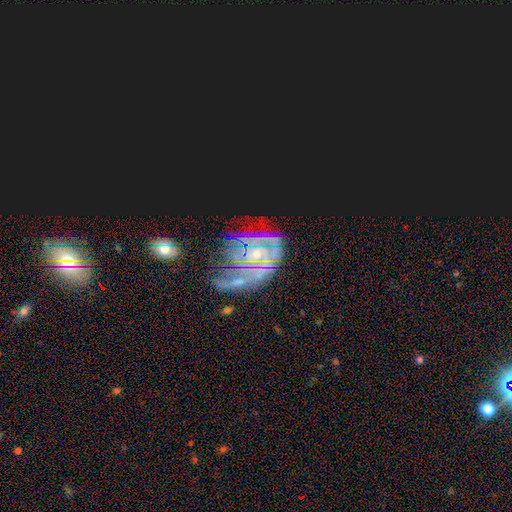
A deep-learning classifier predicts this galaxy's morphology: smooth_or_featured: featured or disk (p=0.60) [alt: star or artifact p=0.27]
disk_edge_on: no (p=0.94) [alt: yes p=0.06]
bar: no (p=0.62) [alt: weak p=0.26]
has_spiral_arms: yes (p=0.69) [alt: no p=0.31]
bulge_size: small (p=0.62) [alt: moderate p=0.24]
merging: none (p=0.36) [alt: major disturbance p=0.33]